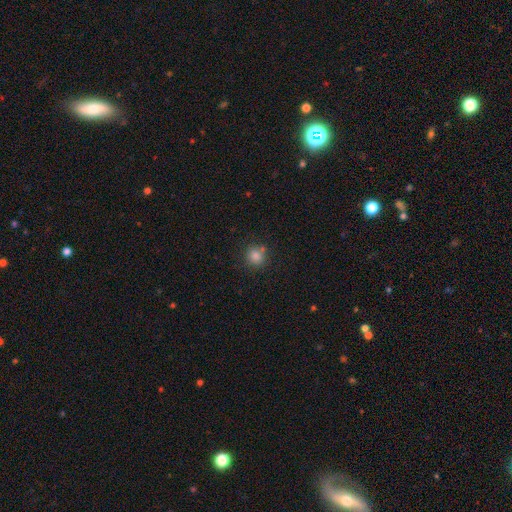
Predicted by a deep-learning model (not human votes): This is clearly a smooth galaxy (82%). How rounded: clearly round (89%). Merging: likely none (77%).